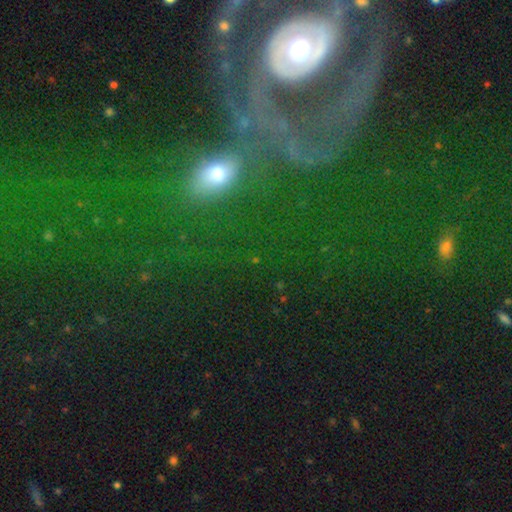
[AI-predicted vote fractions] A featured or disk galaxy (39%). Merging: none (55%).